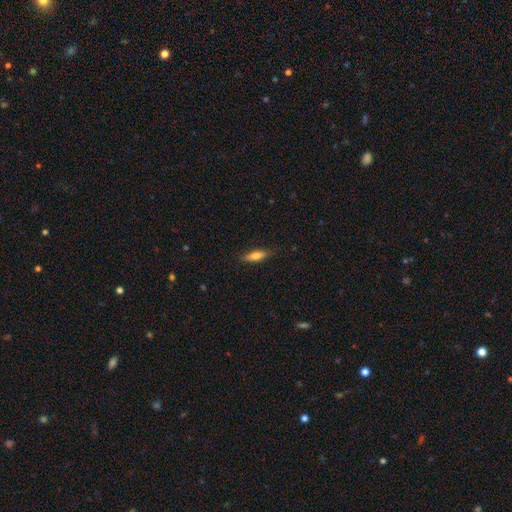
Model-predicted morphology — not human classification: This appears to be a smooth galaxy with no disk features (70%) that is cigar-shaped (56%). Merging: none (82%).